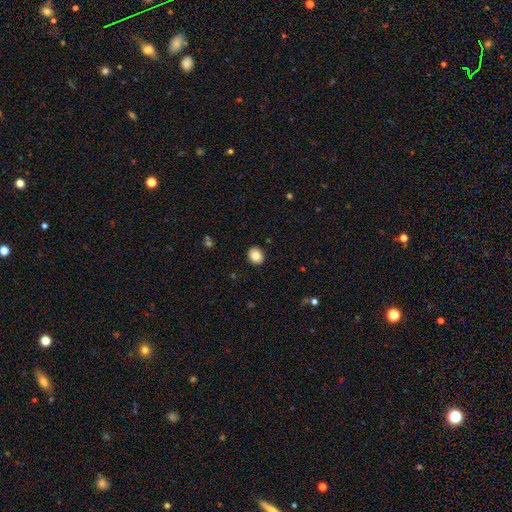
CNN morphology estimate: Q: Smooth or featured?
A: smooth (86%); runner-up: star or artifact (9%)
Q: How rounded?
A: round (66%); runner-up: in between (34%)
Q: Merging?
A: none (90%); runner-up: minor disturbance (7%)